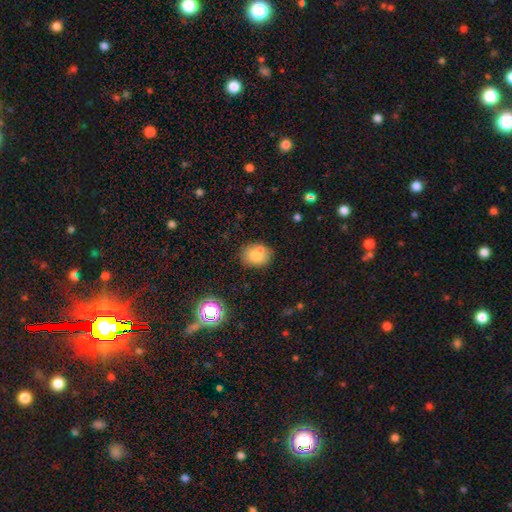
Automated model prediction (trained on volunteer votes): Smooth or featured: smooth — 74% (featured or disk — 15%)
How rounded: in between — 51% (round — 48%)
Merging: none — 62% (merger — 19%)